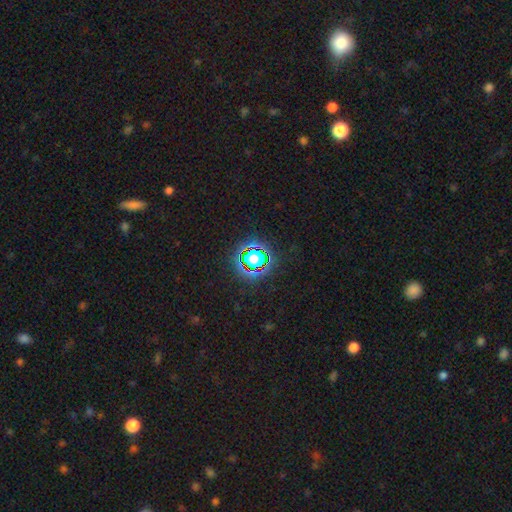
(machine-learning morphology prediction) Smooth or featured? star or artifact (62%)